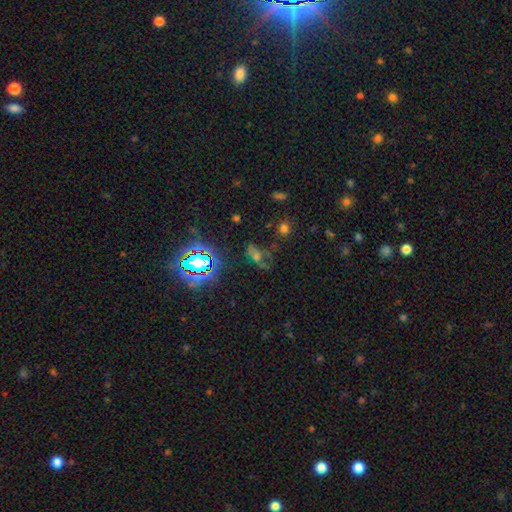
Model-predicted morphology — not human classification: Smooth or featured?
  - star or artifact: 59% *
  - smooth: 24%
  - featured or disk: 17%